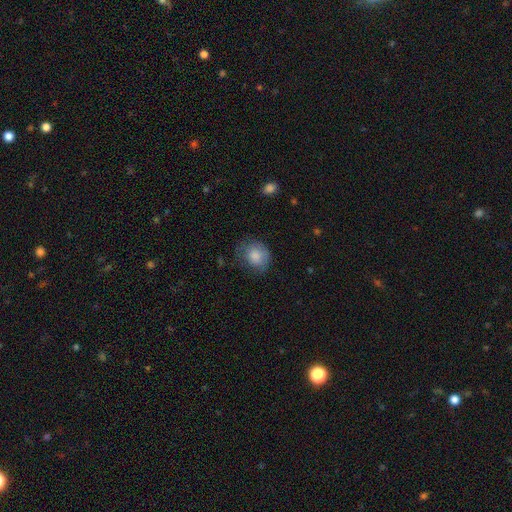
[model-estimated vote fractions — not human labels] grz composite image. It shows a smooth galaxy with no disk features (81%) that is round (63%). Merging: none (59%).